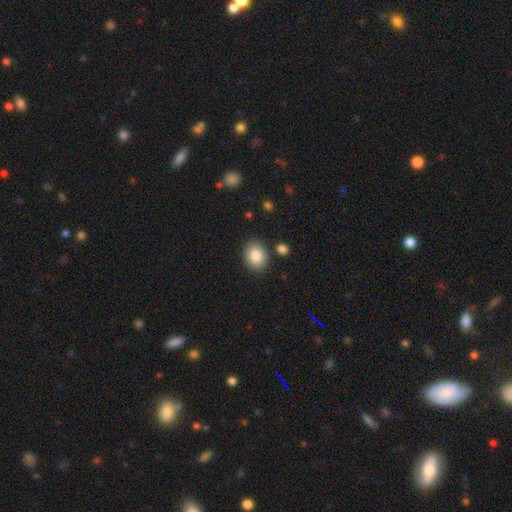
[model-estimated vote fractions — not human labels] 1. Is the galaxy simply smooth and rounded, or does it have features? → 86% smooth, 8% star or artifact, 7% featured or disk.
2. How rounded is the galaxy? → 60% in between, 39% round, 1% cigar-shaped.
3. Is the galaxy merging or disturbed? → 84% none, 10% minor disturbance, 4% merger, 3% major disturbance.